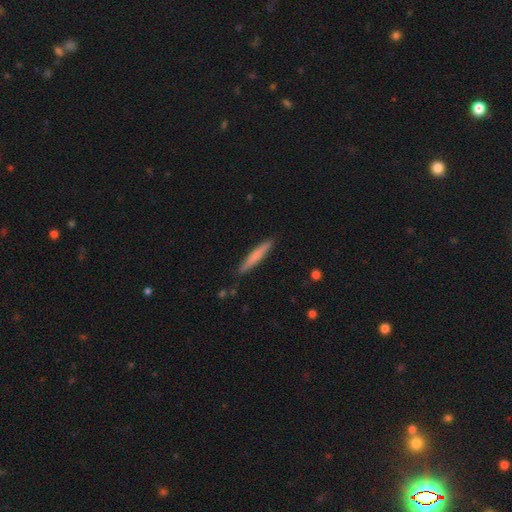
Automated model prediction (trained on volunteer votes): Overall: smooth (69%). How rounded: cigar-shaped (94%). Merging: none (89%).